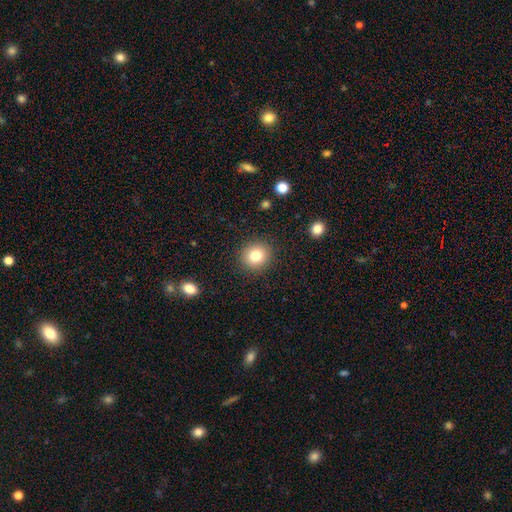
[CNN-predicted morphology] smooth 80%, star or artifact 11%, featured or disk 9%. Down the decision tree: how rounded — round (86%); merging — none (90%).